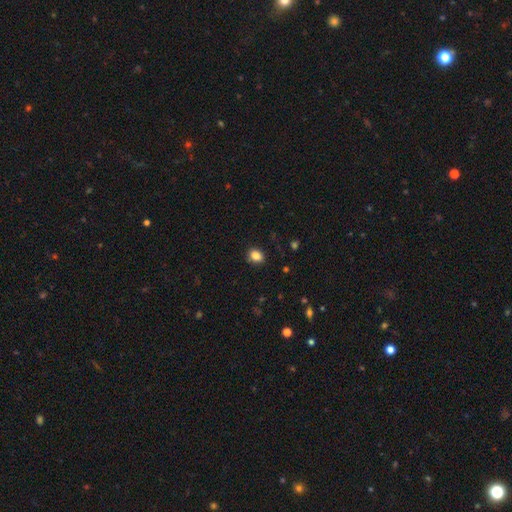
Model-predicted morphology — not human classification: smooth 86%, star or artifact 10%, featured or disk 4%. Down the decision tree: how rounded — in between (51%); merging — none (87%).